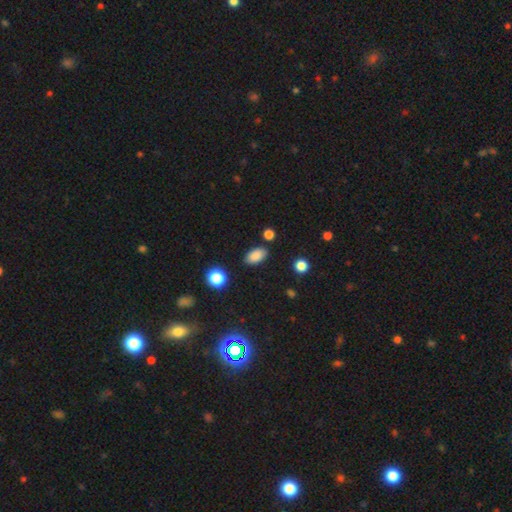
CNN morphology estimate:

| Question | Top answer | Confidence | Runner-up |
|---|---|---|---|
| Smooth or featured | smooth | 87% | star or artifact (9%) |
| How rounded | in between | 92% | round (6%) |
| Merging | none | 84% | minor disturbance (10%) |